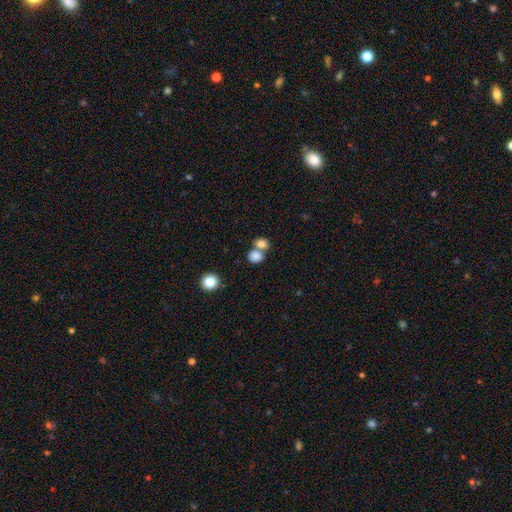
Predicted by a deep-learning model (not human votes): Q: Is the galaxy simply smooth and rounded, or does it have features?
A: smooth — 82%.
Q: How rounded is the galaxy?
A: round — 61%.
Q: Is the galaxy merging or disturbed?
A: merger — 51%.